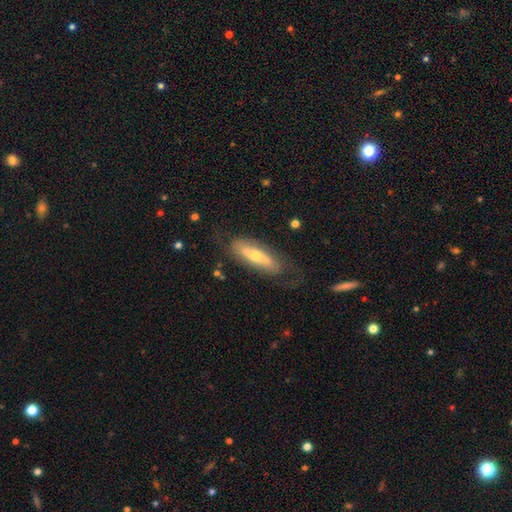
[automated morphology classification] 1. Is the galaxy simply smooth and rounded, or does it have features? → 55% featured or disk, 37% smooth, 8% star or artifact.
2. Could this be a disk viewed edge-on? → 57% no, 43% yes.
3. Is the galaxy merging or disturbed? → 67% none, 21% minor disturbance, 11% major disturbance, 2% merger.